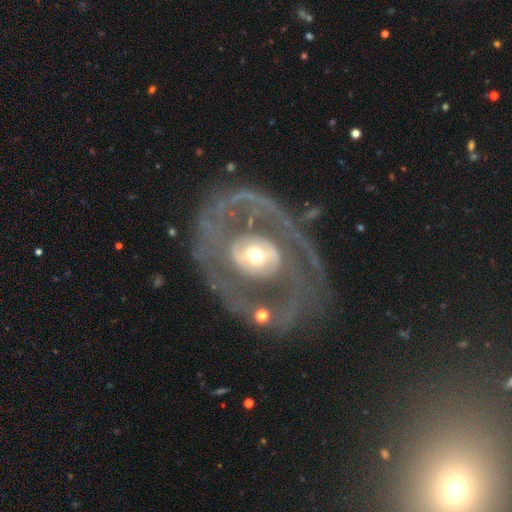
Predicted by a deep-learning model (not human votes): featured or disk 82%, smooth 13%, star or artifact 5%. Down the decision tree: edge-on disk — no (96%); bar — no (56%); spiral arms — yes (68%); spiral arm count — 2 (58%); spiral winding — medium (40%); bulge size — moderate (57%); merging — none (56%).